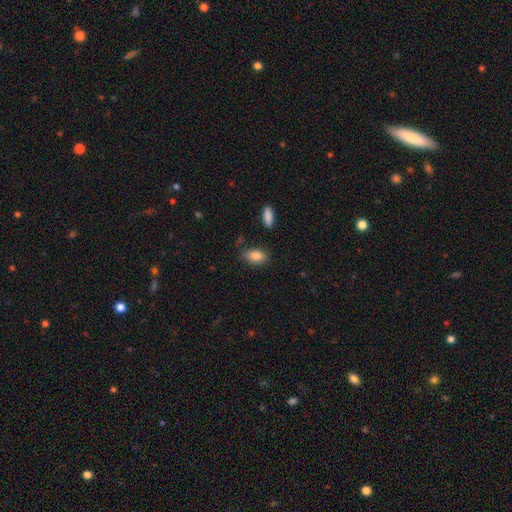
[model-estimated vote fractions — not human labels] Smooth or featured?
  - smooth: 86% *
  - star or artifact: 8%
  - featured or disk: 6%
How rounded?
  - in between: 90% *
  - round: 6%
  - cigar-shaped: 5%
Merging?
  - none: 78% *
  - minor disturbance: 15%
  - major disturbance: 3%
  - merger: 3%